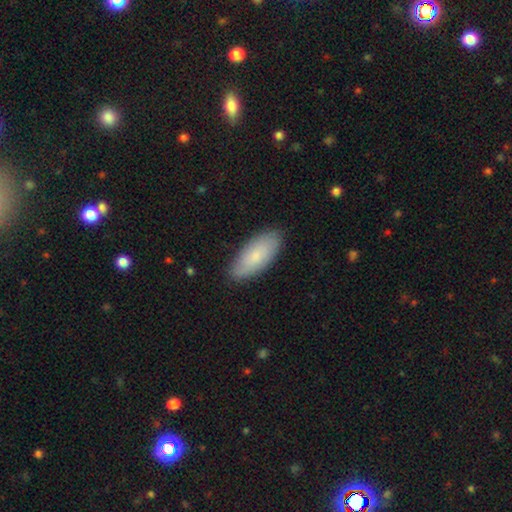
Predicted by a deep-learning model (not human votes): The model was most divided on "smooth or featured": smooth: 77%, featured or disk: 18%, star or artifact: 6%. More confident: how rounded — in between (85%); merging — none (85%).